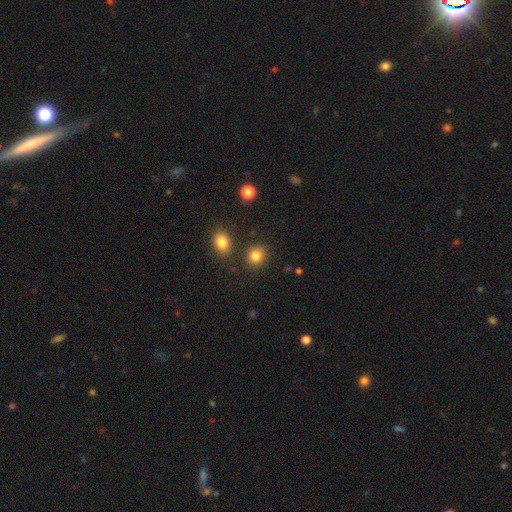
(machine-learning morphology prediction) Overall: smooth (84%). How rounded: round (75%). Merging: none (84%).